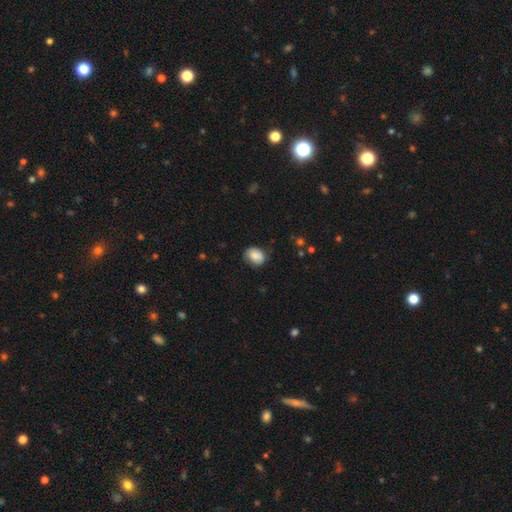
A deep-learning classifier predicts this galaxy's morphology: smooth_or_featured: smooth (p=0.79) [alt: featured or disk p=0.13]
how_rounded: in between (p=0.53) [alt: round p=0.46]
merging: none (p=0.75) [alt: minor disturbance p=0.20]